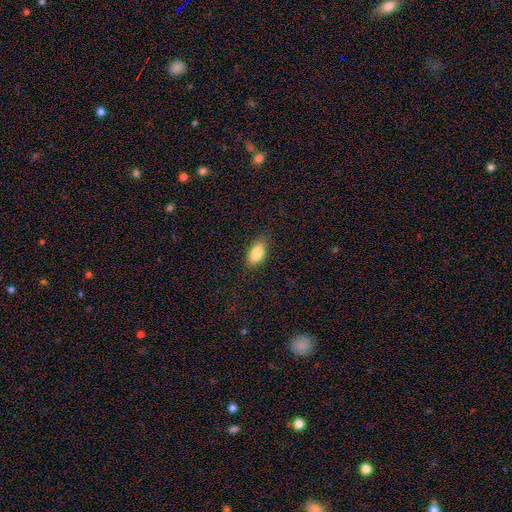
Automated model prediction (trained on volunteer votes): The model was most divided on "merging": none: 79%, minor disturbance: 16%, major disturbance: 4%, merger: 1%. More confident: how rounded — in between (88%); smooth or featured — smooth (85%).